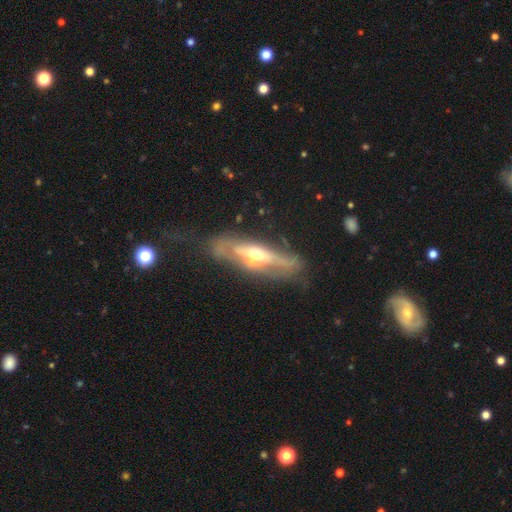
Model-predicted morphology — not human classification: featured or disk 72%, smooth 22%, star or artifact 6%. Down the decision tree: edge-on disk — no (52%); merging — none (52%).